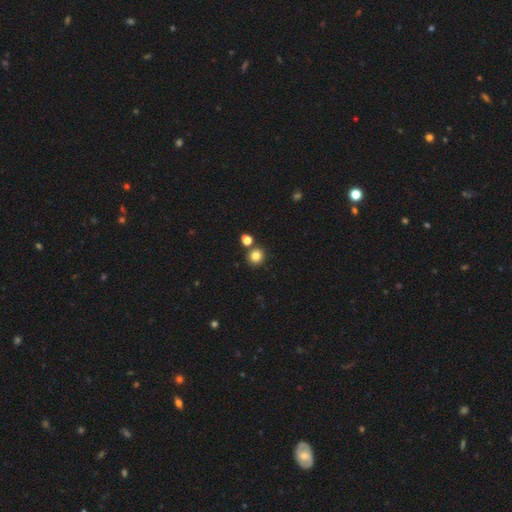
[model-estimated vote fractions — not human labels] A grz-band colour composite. It shows a smooth galaxy with no disk features (82%) that is round (88%). Merging: none (78%).